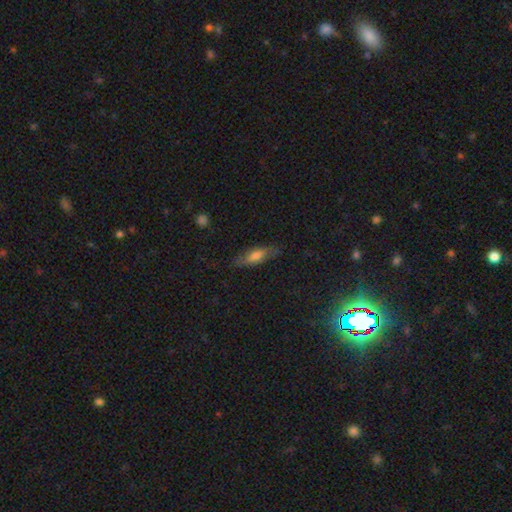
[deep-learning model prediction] Morphology: type=smooth (64%); roundness=in between (55%); merging=none (78%).